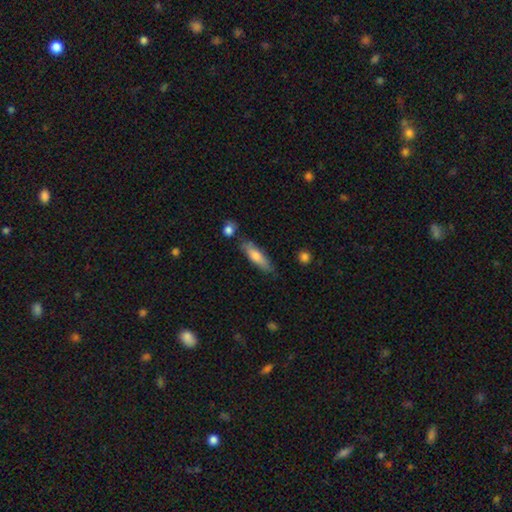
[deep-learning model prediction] smooth_or_featured: smooth (p=0.69) [alt: featured or disk p=0.25]
how_rounded: cigar-shaped (p=0.62) [alt: in between p=0.36]
merging: none (p=0.73) [alt: minor disturbance p=0.17]